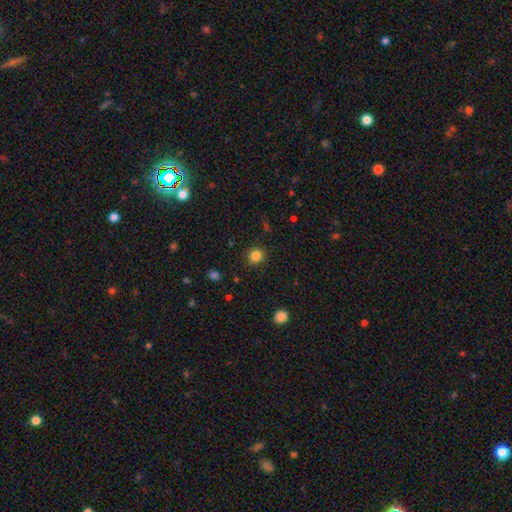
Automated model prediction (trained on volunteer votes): Smooth or featured?
  - smooth: 84% *
  - star or artifact: 12%
  - featured or disk: 4%
How rounded?
  - round: 86% *
  - in between: 14%
  - cigar-shaped: 1%
Merging?
  - none: 89% *
  - minor disturbance: 7%
  - major disturbance: 2%
  - merger: 1%